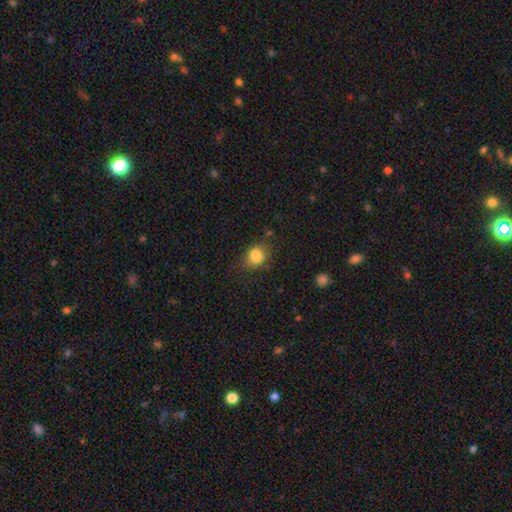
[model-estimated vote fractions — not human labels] This is clearly a smooth galaxy (82%). How rounded: possibly in between (50%). Merging: likely none (63%).